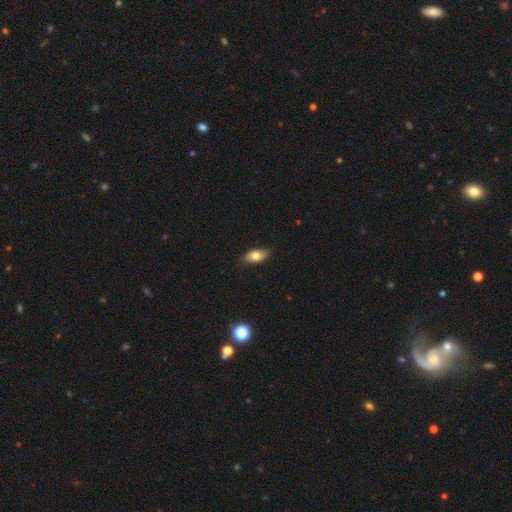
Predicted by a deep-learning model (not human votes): Overall: smooth (77%). How rounded: in between (88%). Merging: none (83%).